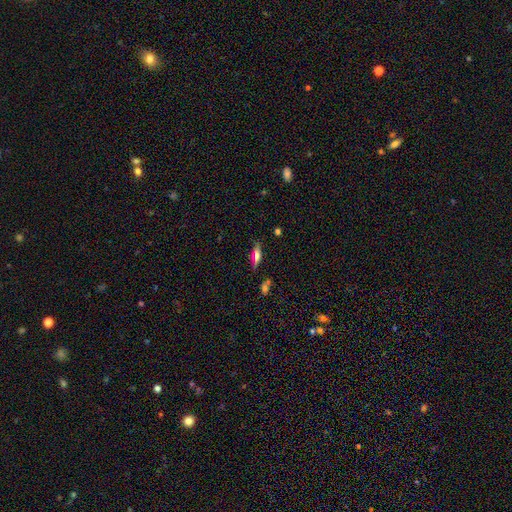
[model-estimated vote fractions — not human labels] The model was most divided on "smooth or featured": smooth: 49%, featured or disk: 39%, star or artifact: 12%. More confident: merging — none (76%).